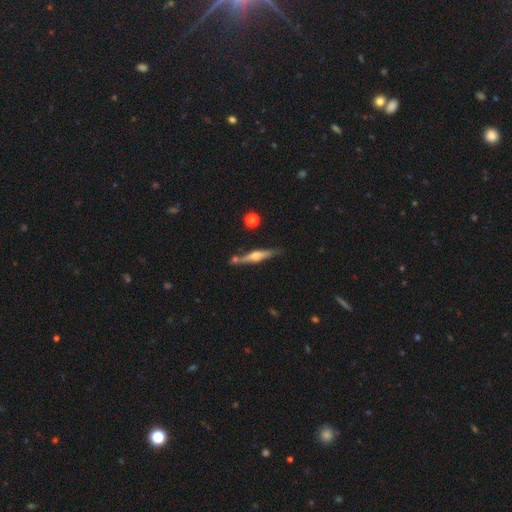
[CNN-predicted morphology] Q: Smooth or featured?
A: featured or disk (70%); runner-up: smooth (23%)
Q: Edge-on disk?
A: yes (97%); runner-up: no (3%)
Q: Edge-on bulge?
A: rounded (84%); runner-up: boxy (11%)
Q: Merging?
A: none (76%); runner-up: minor disturbance (12%)